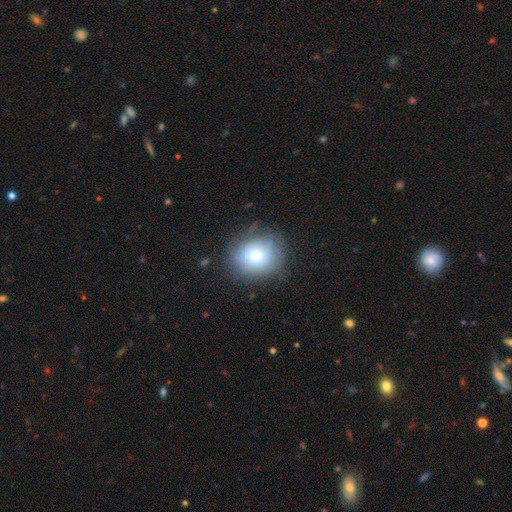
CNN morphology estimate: type=smooth (68%); roundness=round (74%); merging=none (72%).